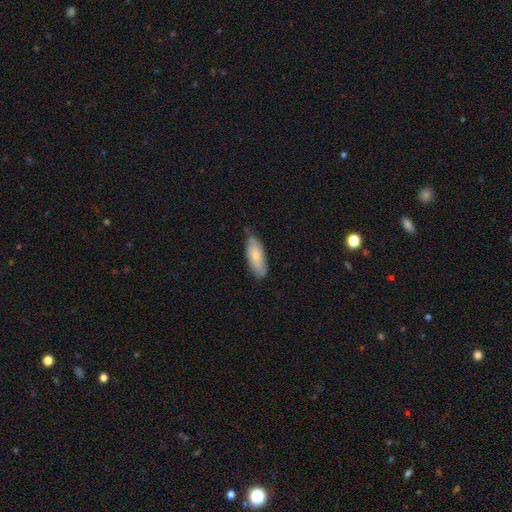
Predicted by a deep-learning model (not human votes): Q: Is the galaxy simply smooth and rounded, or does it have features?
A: smooth — 72%.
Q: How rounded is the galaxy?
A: in between — 77%.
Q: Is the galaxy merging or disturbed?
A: none — 66%.